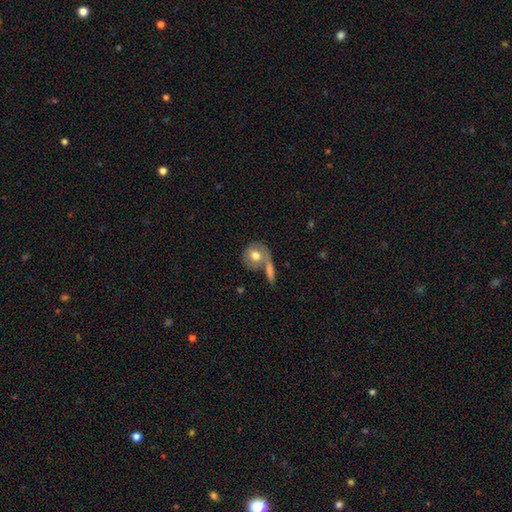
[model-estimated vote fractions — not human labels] This is likely a smooth galaxy (71%). How rounded: likely round (79%). Merging: possibly none (46%).